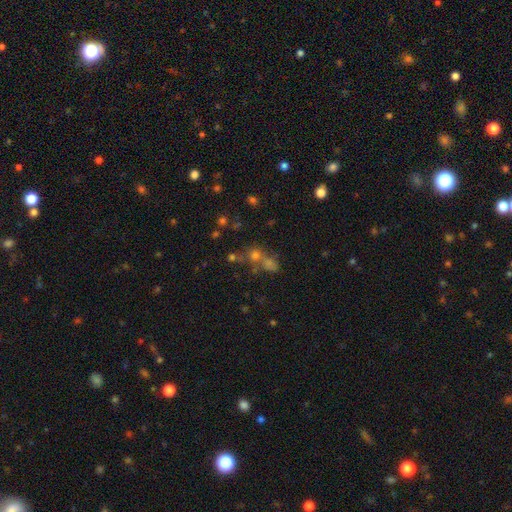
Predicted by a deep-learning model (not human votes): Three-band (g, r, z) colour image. It shows a smooth galaxy with no disk features (54%) that is round (79%). Merging: none (45%).